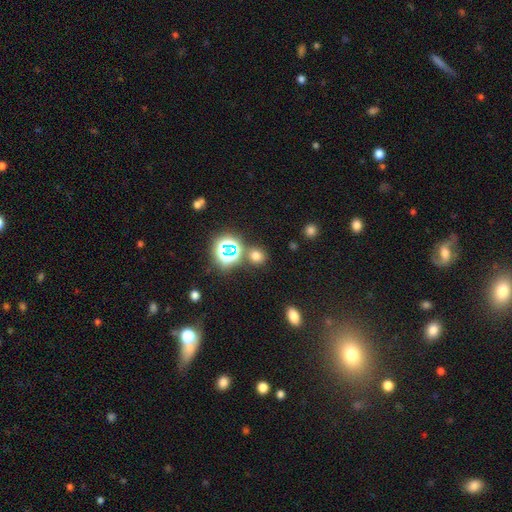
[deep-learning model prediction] Overall: smooth (64%; star or artifact 30%). How rounded: round (78%). Merging: none (80%).